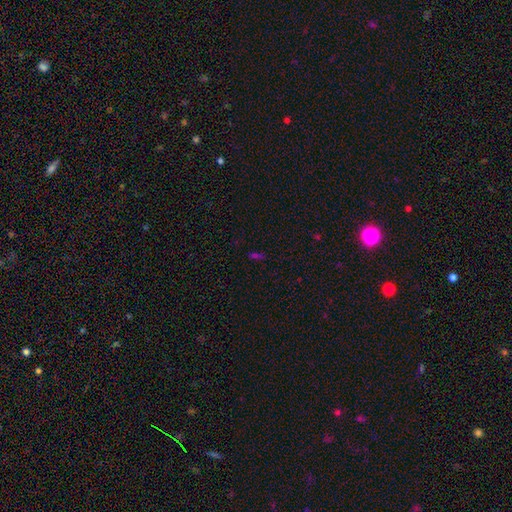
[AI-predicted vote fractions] This is possibly a smooth galaxy (46%). Merging: likely none (76%).